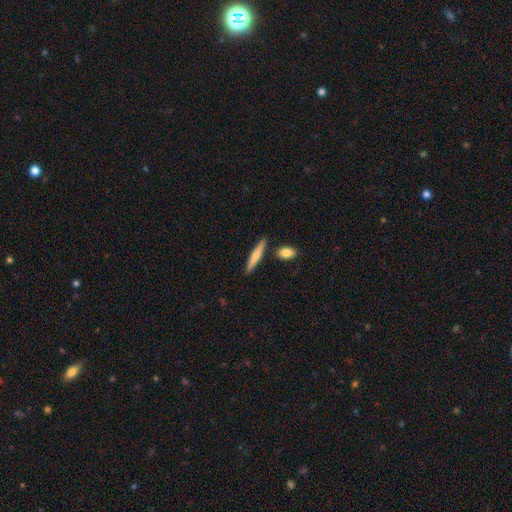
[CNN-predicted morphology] smooth 68%, featured or disk 27%, star or artifact 5%. Down the decision tree: how rounded — cigar-shaped (89%); merging — none (82%).